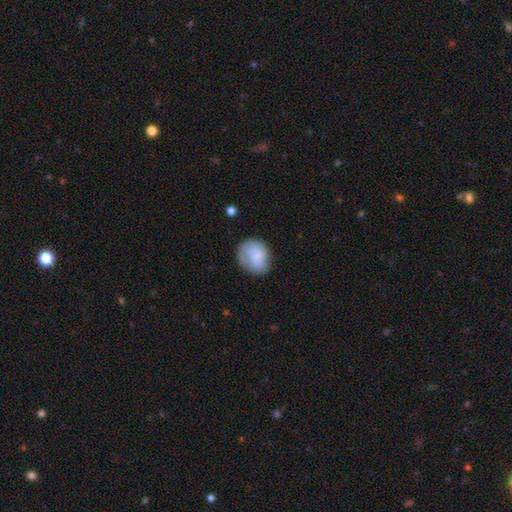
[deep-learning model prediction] smooth 67%, featured or disk 26%, star or artifact 7%. Down the decision tree: how rounded — round (58%); merging — none (70%).